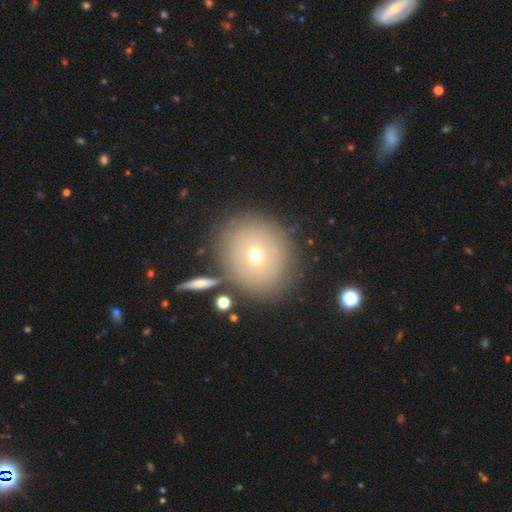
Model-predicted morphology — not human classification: This is likely a smooth galaxy (62%). How rounded: likely round (79%). Merging: clearly none (84%).